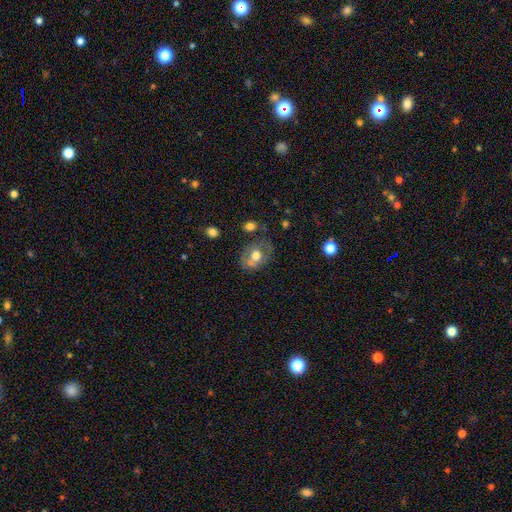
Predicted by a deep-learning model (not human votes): The model was most divided on "how rounded": in between: 56%, round: 43%, cigar-shaped: 1%. More confident: merging — none (57%); smooth or featured — smooth (54%).